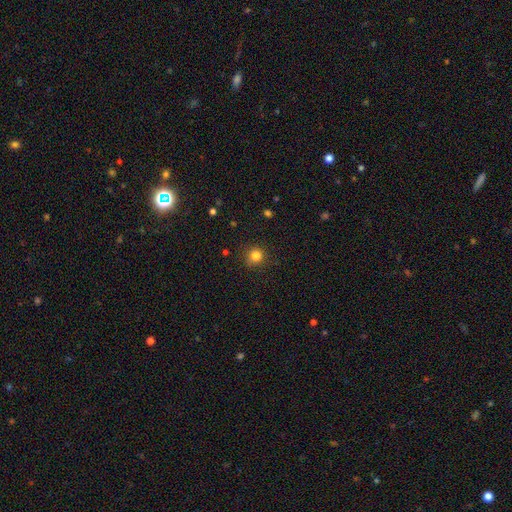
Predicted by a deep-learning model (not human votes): Smooth or featured: smooth — 83% (star or artifact — 13%)
How rounded: round — 88% (in between — 11%)
Merging: none — 80% (minor disturbance — 15%)